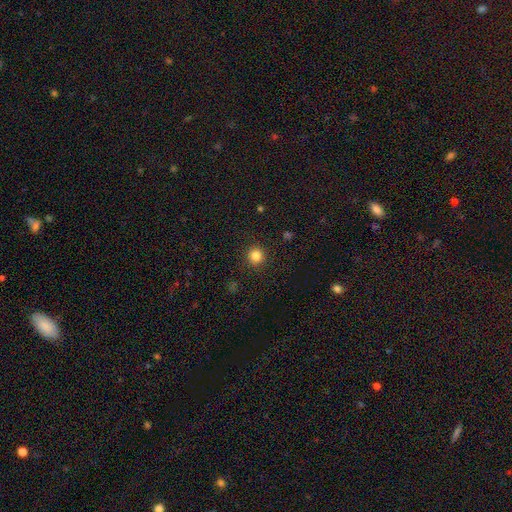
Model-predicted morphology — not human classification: A smooth galaxy with no disk features (83%) that is round (94%). Merging: none (91%).